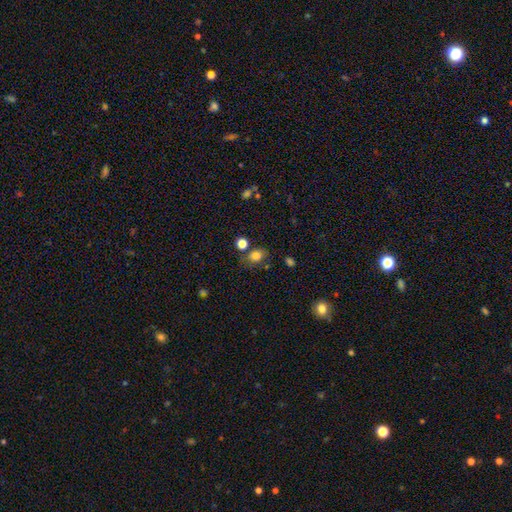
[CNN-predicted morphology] smooth-or-featured: smooth: 80% | star or artifact: 12% | featured or disk: 7%
  how-rounded: in between: 60% | round: 39% | cigar-shaped: 1%
  merging: none: 65% | minor disturbance: 19% | merger: 10% | major disturbance: 7%